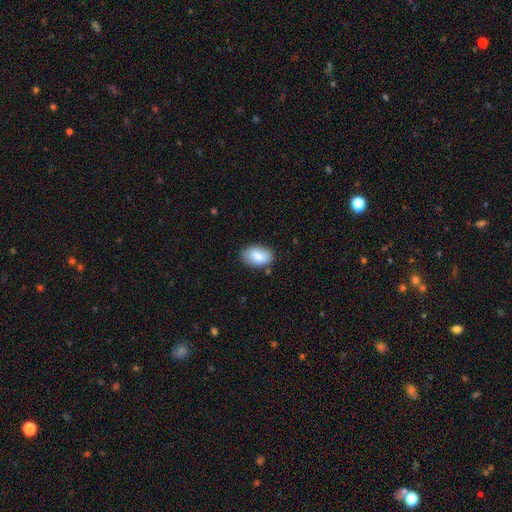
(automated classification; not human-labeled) The model was most divided on "merging": none: 78%, minor disturbance: 17%, major disturbance: 3%, merger: 2%. More confident: how rounded — in between (92%); smooth or featured — smooth (85%).